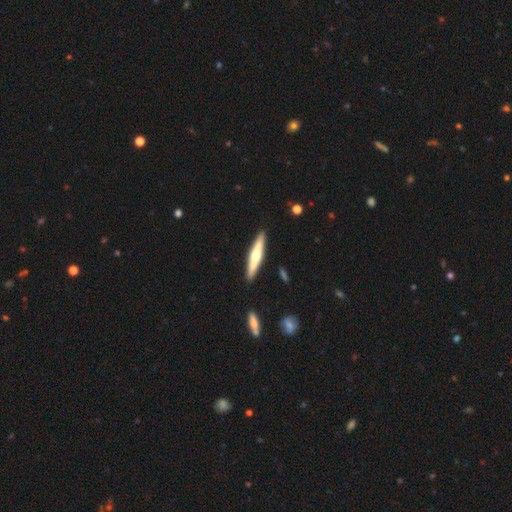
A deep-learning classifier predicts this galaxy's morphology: This appears to be a featured or disk galaxy (51%) viewed edge-on (95%). Merging: none (90%).